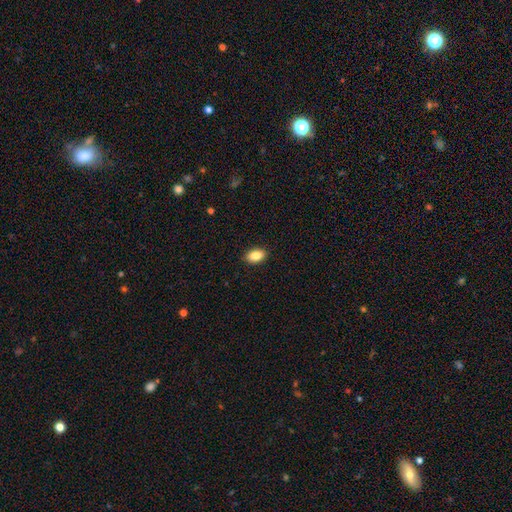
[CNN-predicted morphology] A smooth galaxy with no disk features (86%) that is in between round and cigar-shaped (88%).

Vote fractions:
- Smooth or featured? smooth: 86% / star or artifact: 8% / featured or disk: 6%
- How rounded? in between: 88% / round: 10% / cigar-shaped: 2%
- Merging? none: 90% / minor disturbance: 7% / major disturbance: 2% / merger: 1%